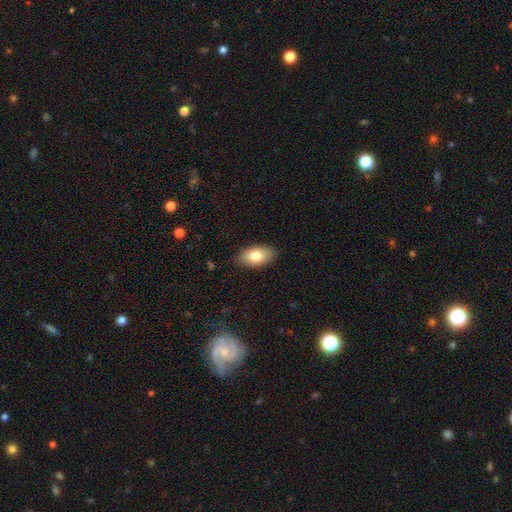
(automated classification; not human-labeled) Q: Smooth or featured?
A: smooth (81%); runner-up: featured or disk (13%)
Q: How rounded?
A: in between (93%); runner-up: round (5%)
Q: Merging?
A: none (85%); runner-up: minor disturbance (12%)